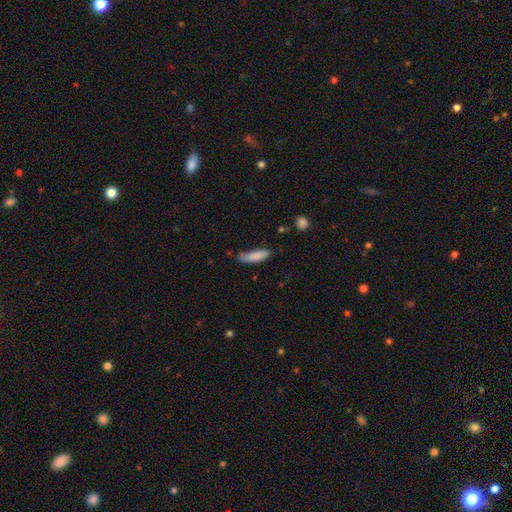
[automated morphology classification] Smooth or featured: smooth — 83% (featured or disk — 10%)
How rounded: cigar-shaped — 63% (in between — 36%)
Merging: none — 58% (minor disturbance — 31%)